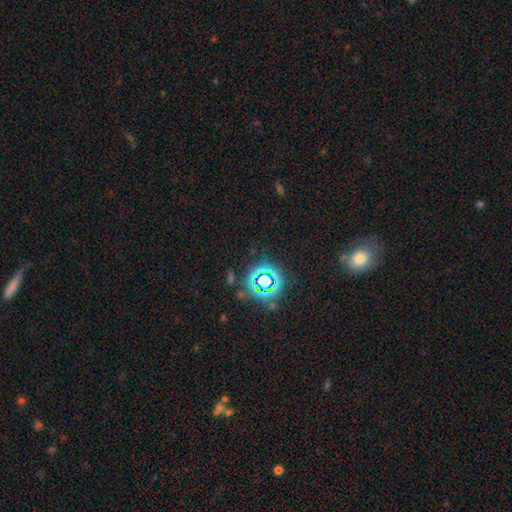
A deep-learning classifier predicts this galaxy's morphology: type=star or artifact (69%).